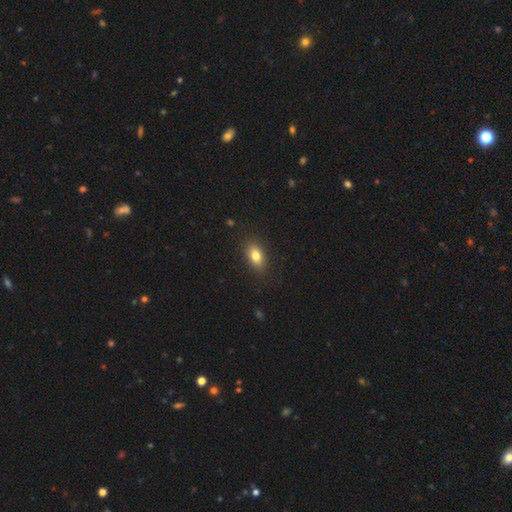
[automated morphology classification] Smooth or featured? Predicted: smooth (p=0.82). How rounded? Predicted: in between (p=0.85). Merging? Predicted: none (p=0.87).